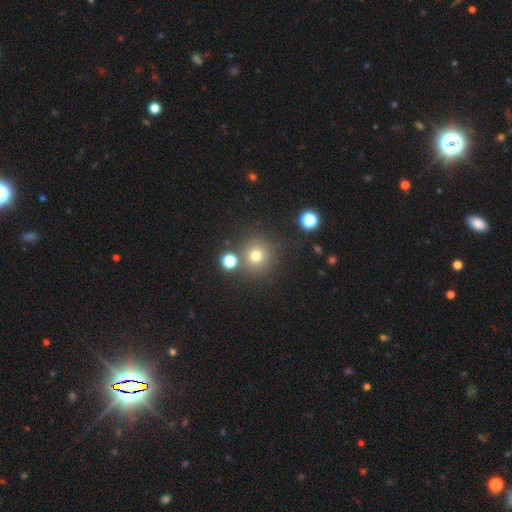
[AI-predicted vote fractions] smooth-or-featured: smooth: 73% | star or artifact: 18% | featured or disk: 9%
  how-rounded: round: 94% | in between: 5% | cigar-shaped: 1%
  merging: none: 80% | merger: 9% | minor disturbance: 8% | major disturbance: 3%